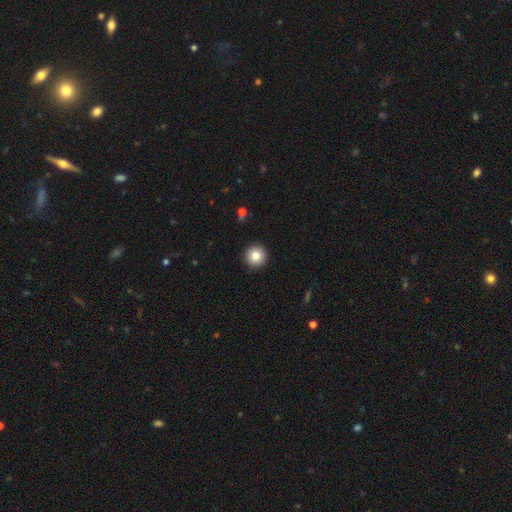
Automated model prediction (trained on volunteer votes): Morphology: type=smooth (82%); roundness=round (96%); merging=none (93%).